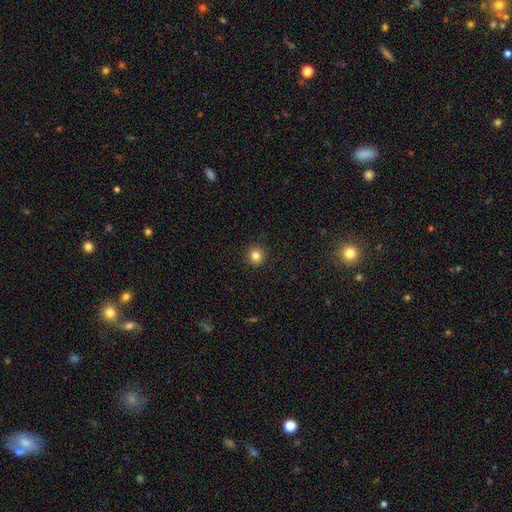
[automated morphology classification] A smooth galaxy with no disk features (83%) that is round (92%).

Vote fractions:
- Smooth or featured? smooth: 83% / star or artifact: 11% / featured or disk: 6%
- How rounded? round: 92% / in between: 7% / cigar-shaped: 1%
- Merging? none: 92% / minor disturbance: 5% / major disturbance: 2% / merger: 1%